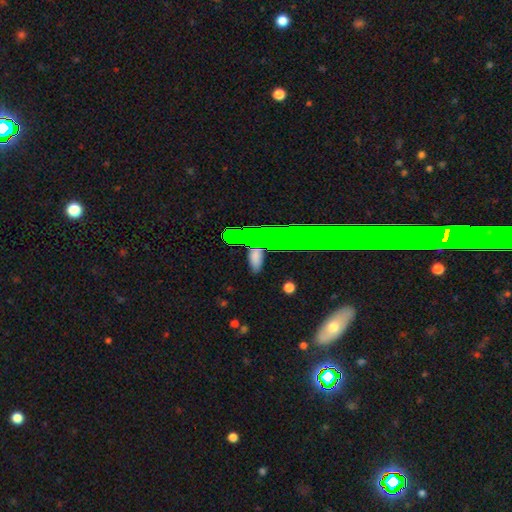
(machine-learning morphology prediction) Smooth or featured? smooth (52%)
How rounded? in between (72%)
Merging? none (78%)